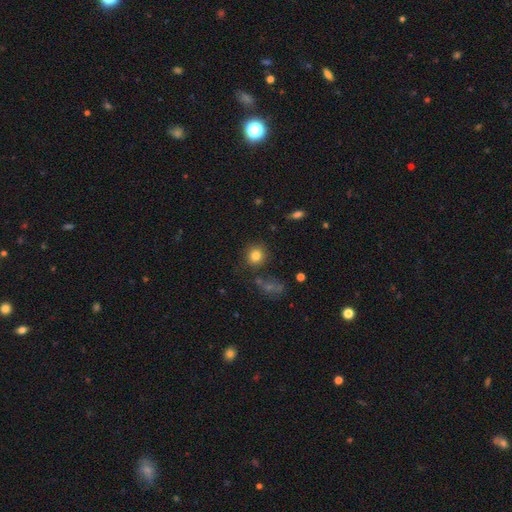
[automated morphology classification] Overall: smooth (81%). How rounded: round (88%). Merging: none (83%).